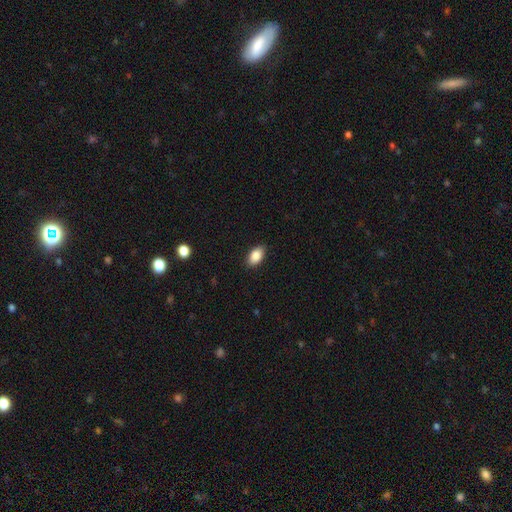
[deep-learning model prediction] This is clearly a smooth galaxy (87%). How rounded: clearly in between (92%). Merging: clearly none (88%).